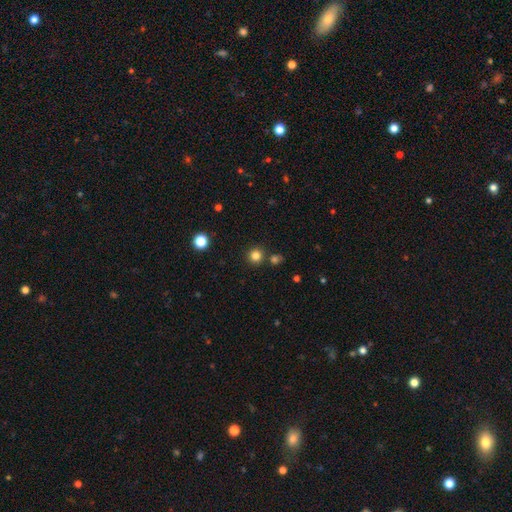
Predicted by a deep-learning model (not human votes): Q: Smooth or featured?
A: smooth (81%); runner-up: star or artifact (14%)
Q: How rounded?
A: round (94%); runner-up: in between (5%)
Q: Merging?
A: none (84%); runner-up: merger (7%)